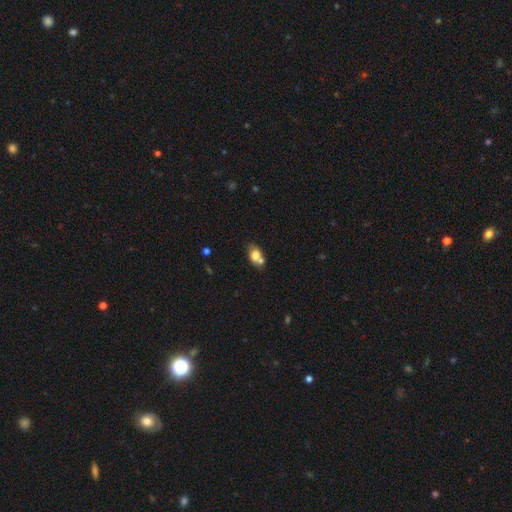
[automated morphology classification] Q: Smooth or featured?
A: smooth (73%); runner-up: featured or disk (18%)
Q: How rounded?
A: in between (71%); runner-up: round (27%)
Q: Merging?
A: none (47%); runner-up: merger (34%)